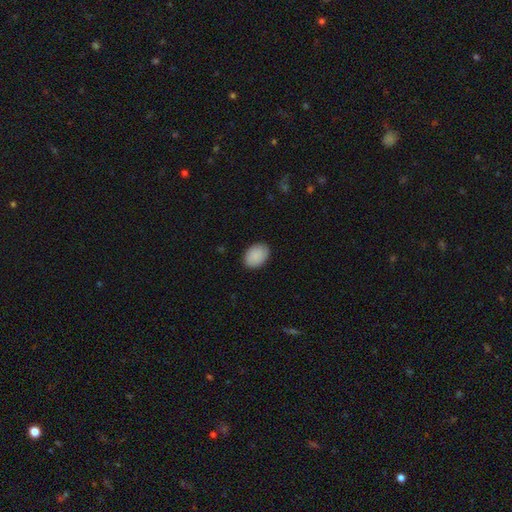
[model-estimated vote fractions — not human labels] Smooth or featured?
  - smooth: 90% *
  - star or artifact: 6%
  - featured or disk: 4%
How rounded?
  - in between: 78% *
  - round: 21%
  - cigar-shaped: 1%
Merging?
  - none: 86% *
  - minor disturbance: 11%
  - major disturbance: 2%
  - merger: 1%